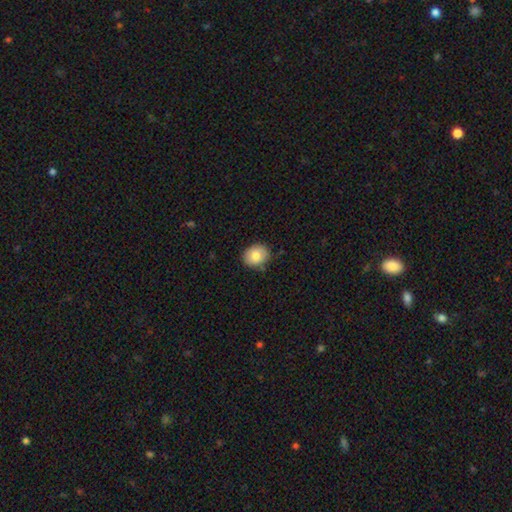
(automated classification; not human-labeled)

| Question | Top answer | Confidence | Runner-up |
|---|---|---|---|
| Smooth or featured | smooth | 84% | featured or disk (9%) |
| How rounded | round | 58% | in between (41%) |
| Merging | none | 82% | minor disturbance (14%) |